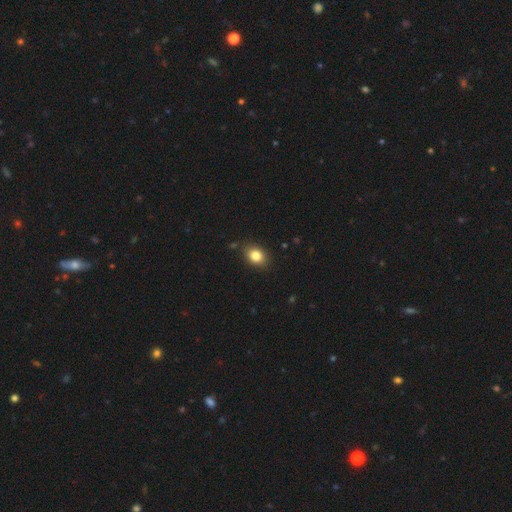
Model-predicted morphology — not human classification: smooth-or-featured: smooth: 83% | star or artifact: 10% | featured or disk: 7%
  how-rounded: in between: 67% | round: 32% | cigar-shaped: 1%
  merging: none: 85% | minor disturbance: 11% | major disturbance: 2% | merger: 2%